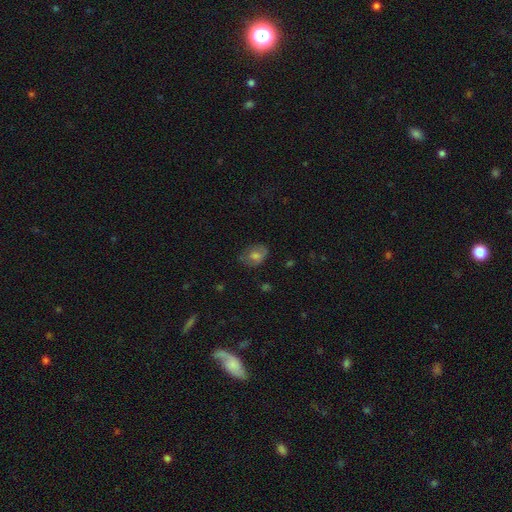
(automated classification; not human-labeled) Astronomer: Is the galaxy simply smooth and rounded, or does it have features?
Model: smooth — 64%.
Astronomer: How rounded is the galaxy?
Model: in between — 71%.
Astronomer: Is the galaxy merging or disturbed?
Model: none — 64%.